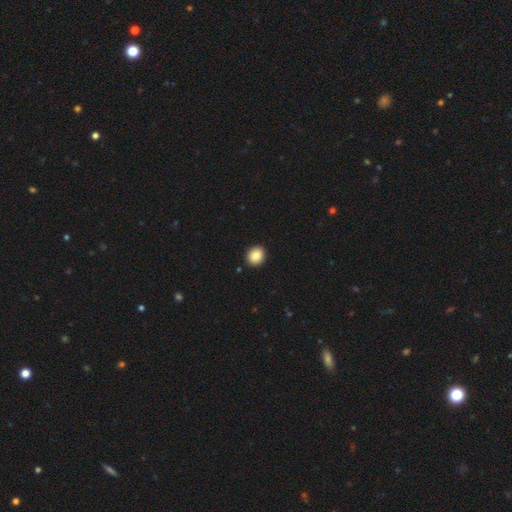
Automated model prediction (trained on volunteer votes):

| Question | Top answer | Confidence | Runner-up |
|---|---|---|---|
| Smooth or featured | smooth | 88% | star or artifact (8%) |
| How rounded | round | 68% | in between (31%) |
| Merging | none | 91% | minor disturbance (6%) |